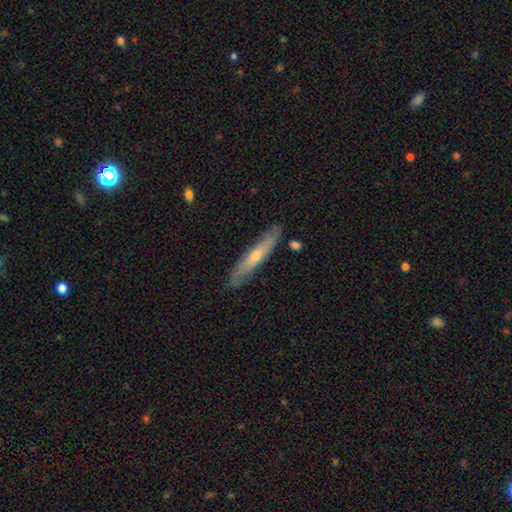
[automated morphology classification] This is possibly a featured or disk galaxy (48%). Merging: clearly none (82%).